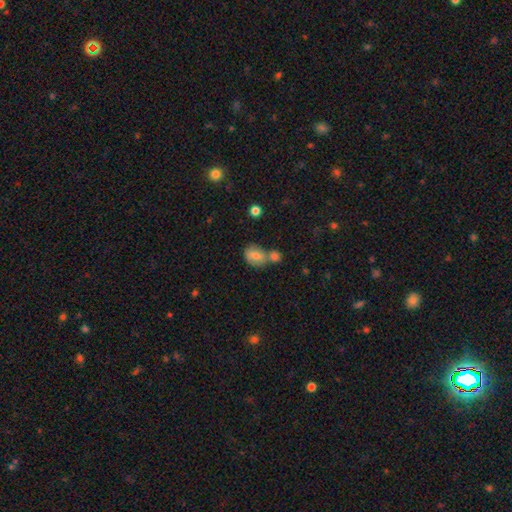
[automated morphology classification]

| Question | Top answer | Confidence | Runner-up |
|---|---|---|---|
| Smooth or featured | smooth | 74% | featured or disk (17%) |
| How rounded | in between | 62% | round (36%) |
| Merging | merger | 43% | none (39%) |